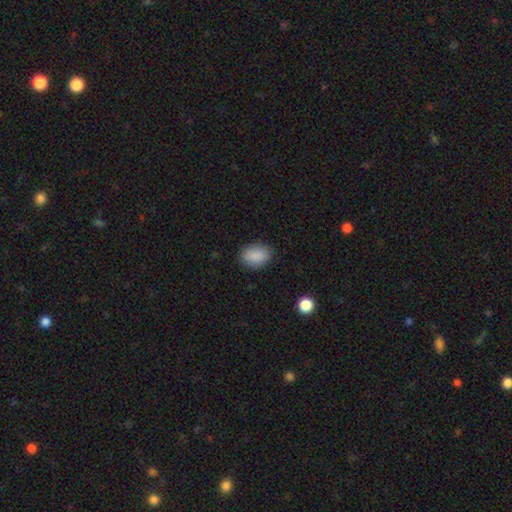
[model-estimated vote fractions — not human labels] A smooth galaxy with no disk features (88%) that is in between round and cigar-shaped (81%).

Vote fractions:
- Smooth or featured? smooth: 88% / star or artifact: 8% / featured or disk: 4%
- How rounded? in between: 81% / round: 18% / cigar-shaped: 1%
- Merging? none: 85% / minor disturbance: 11% / major disturbance: 3% / merger: 1%